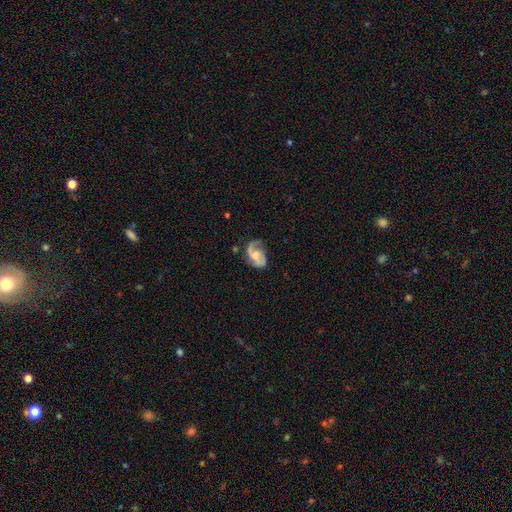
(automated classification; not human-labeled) Smooth or featured?
  - featured or disk: 80% *
  - smooth: 14%
  - star or artifact: 6%
Edge-on disk?
  - no: 98% *
  - yes: 2%
Bar?
  - no: 49% *
  - weak: 41%
  - strong: 10%
Spiral arms?
  - yes: 94% *
  - no: 6%
Spiral winding?
  - medium: 47% *
  - loose: 33%
  - tight: 20%
Spiral arm count?
  - 2: 70% *
  - 1: 22%
  - can't tell: 5%
  - 3: 1%
  - 4: 1%
  - more than 4: 1%
Bulge size?
  - moderate: 49% *
  - small: 31%
  - none: 11%
  - large: 8%
  - dominant: 1%
Merging?
  - none: 55% *
  - minor disturbance: 25%
  - major disturbance: 17%
  - merger: 2%